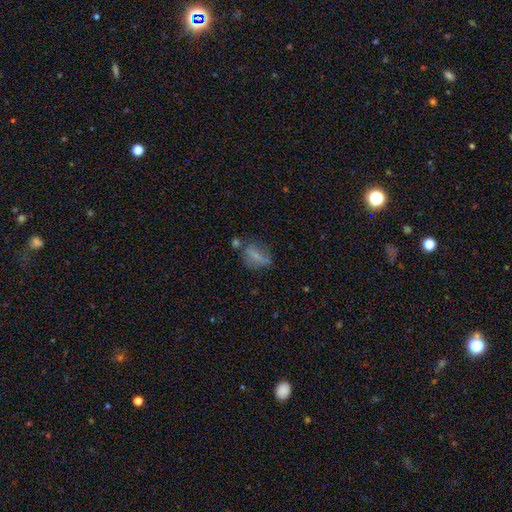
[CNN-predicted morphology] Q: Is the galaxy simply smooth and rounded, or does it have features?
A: smooth — 61%.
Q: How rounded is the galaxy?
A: in between — 67%.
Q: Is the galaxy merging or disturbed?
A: none — 51%.